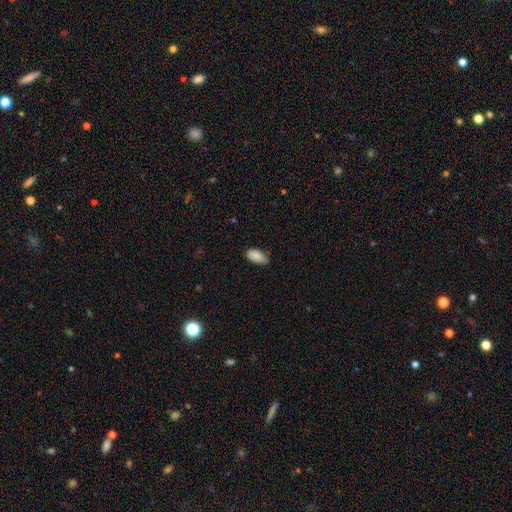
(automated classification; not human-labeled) smooth_or_featured: smooth (p=0.89) [alt: star or artifact p=0.07]
how_rounded: in between (p=0.94) [alt: cigar-shaped p=0.04]
merging: none (p=0.73) [alt: minor disturbance p=0.23]